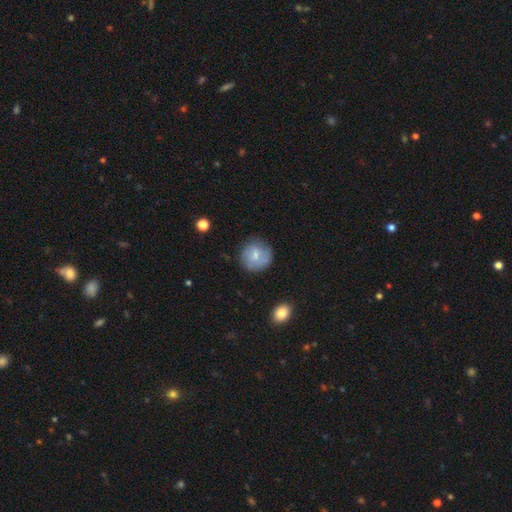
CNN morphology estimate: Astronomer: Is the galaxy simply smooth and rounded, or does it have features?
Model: smooth — 65%.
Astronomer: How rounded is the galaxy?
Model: round — 91%.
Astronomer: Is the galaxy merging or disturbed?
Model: none — 72%.